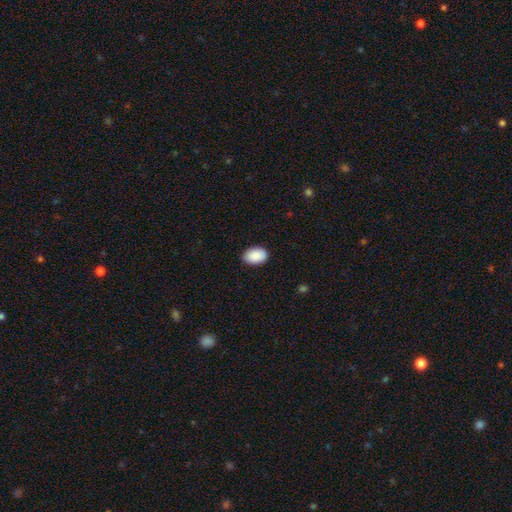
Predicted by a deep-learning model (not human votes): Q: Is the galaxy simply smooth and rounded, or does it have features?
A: smooth — 90%.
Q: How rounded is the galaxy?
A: in between — 85%.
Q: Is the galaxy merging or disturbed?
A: none — 86%.